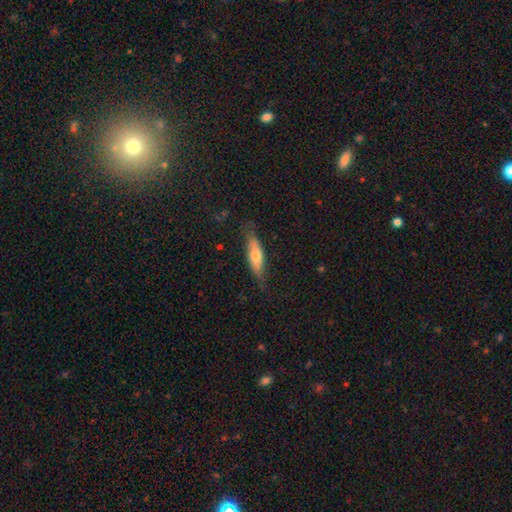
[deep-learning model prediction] Q: Smooth or featured?
A: smooth (61%); runner-up: featured or disk (33%)
Q: How rounded?
A: cigar-shaped (56%); runner-up: in between (42%)
Q: Merging?
A: none (73%); runner-up: minor disturbance (20%)